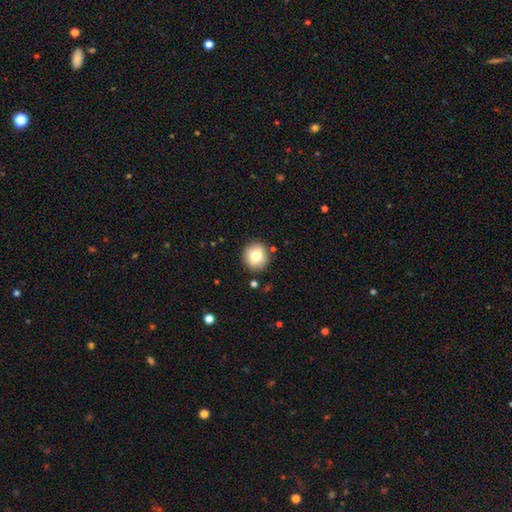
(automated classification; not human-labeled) smooth-or-featured: smooth: 73% | featured or disk: 19% | star or artifact: 9%
  how-rounded: round: 86% | in between: 13% | cigar-shaped: 1%
  merging: none: 87% | minor disturbance: 8% | merger: 3% | major disturbance: 2%